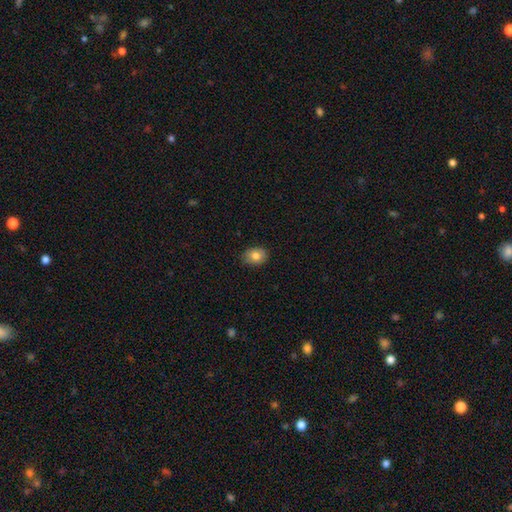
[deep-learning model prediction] The model was most divided on "how rounded": in between: 58%, round: 41%, cigar-shaped: 1%. More confident: smooth or featured — smooth (82%); merging — none (81%).